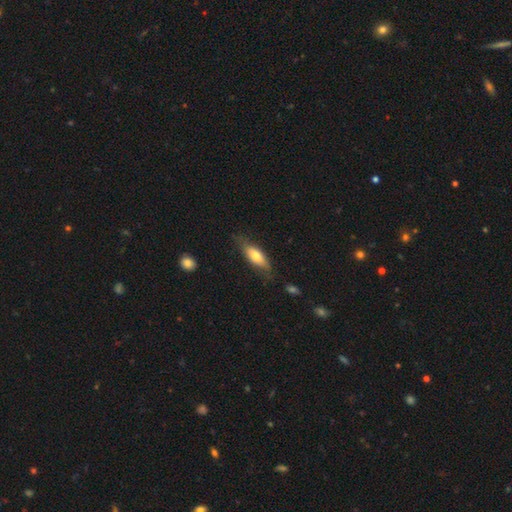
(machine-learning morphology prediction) smooth 68%, featured or disk 26%, star or artifact 6%. Down the decision tree: how rounded — in between (67%); merging — none (70%).